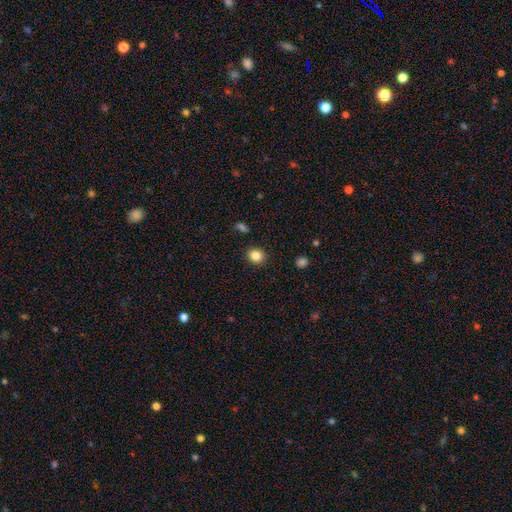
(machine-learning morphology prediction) A smooth galaxy with no disk features (85%) that is round (74%). Merging: none (91%).